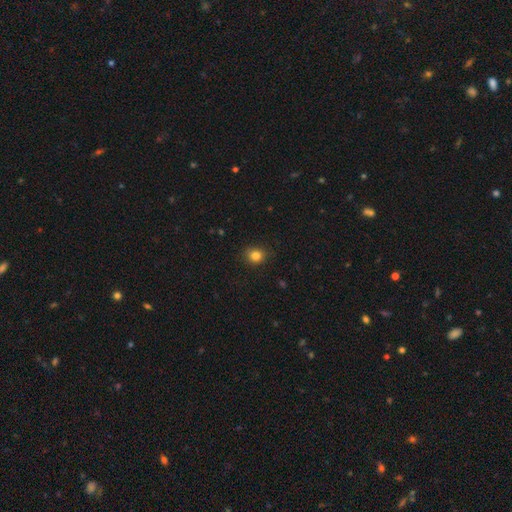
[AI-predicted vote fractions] Q: Smooth or featured?
A: smooth (82%); runner-up: star or artifact (12%)
Q: How rounded?
A: round (72%); runner-up: in between (27%)
Q: Merging?
A: none (86%); runner-up: minor disturbance (10%)